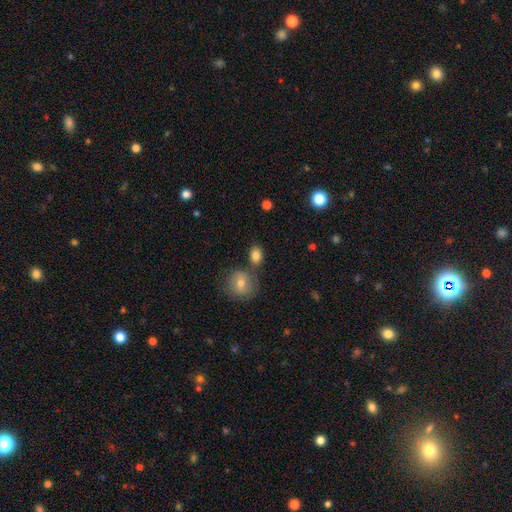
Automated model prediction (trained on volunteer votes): This is clearly a smooth galaxy (83%). How rounded: likely in between (65%). Merging: likely none (64%).